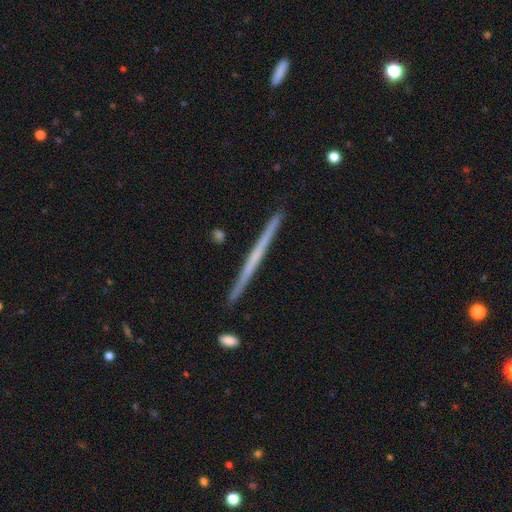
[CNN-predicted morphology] Smooth or featured? featured or disk (62%)
Edge-on disk? yes (98%)
Edge-on bulge? none (88%)
Merging? none (92%)